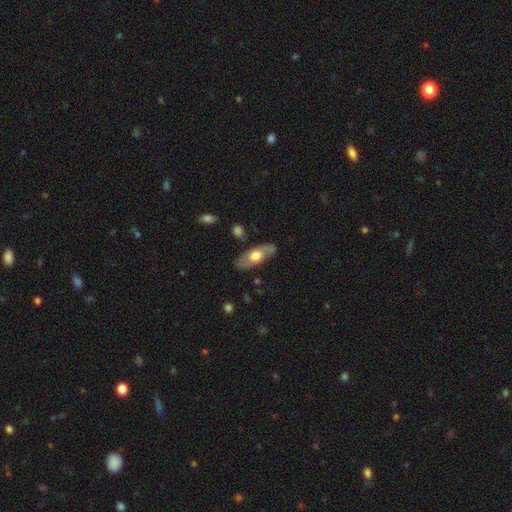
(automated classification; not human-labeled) smooth-or-featured: smooth: 49% | featured or disk: 46% | star or artifact: 5%
  merging: none: 79% | minor disturbance: 15% | major disturbance: 4% | merger: 2%